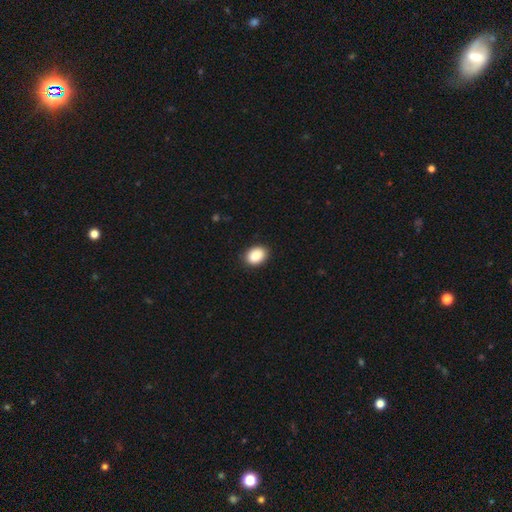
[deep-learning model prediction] smooth_or_featured: smooth (p=0.89) [alt: star or artifact p=0.07]
how_rounded: in between (p=0.71) [alt: round p=0.28]
merging: none (p=0.89) [alt: minor disturbance p=0.08]